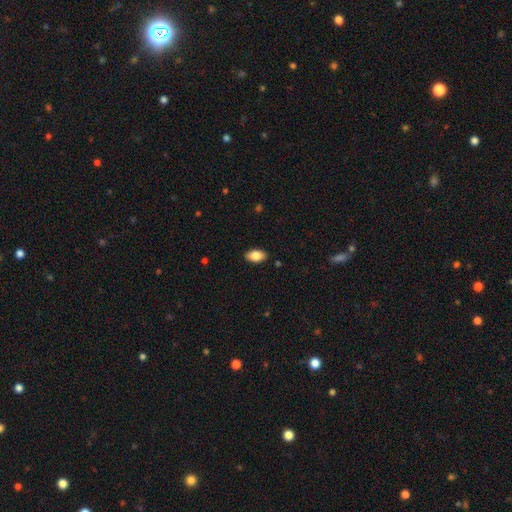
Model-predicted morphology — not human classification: Smooth or featured? Predicted: smooth (p=0.85). How rounded? Predicted: in between (p=0.93). Merging? Predicted: none (p=0.89).